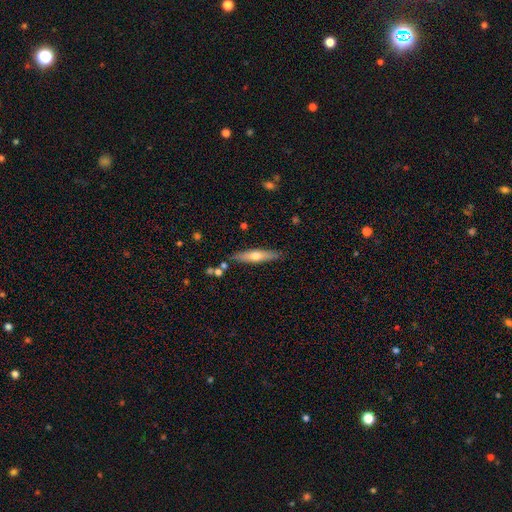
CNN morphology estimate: type=smooth (50%); merging=none (85%).